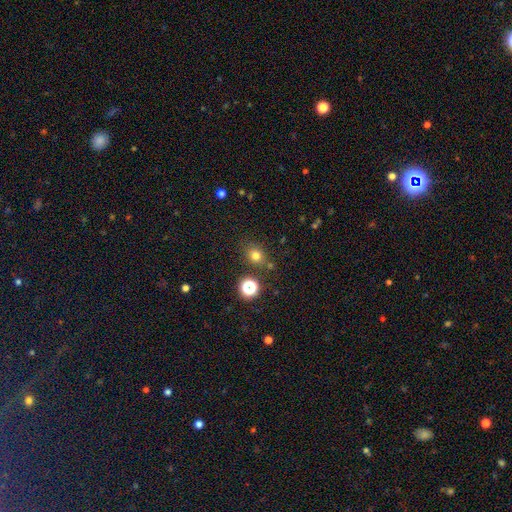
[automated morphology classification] Smooth or featured? Predicted: smooth (p=0.74). How rounded? Predicted: round (p=0.67). Merging? Predicted: none (p=0.77).